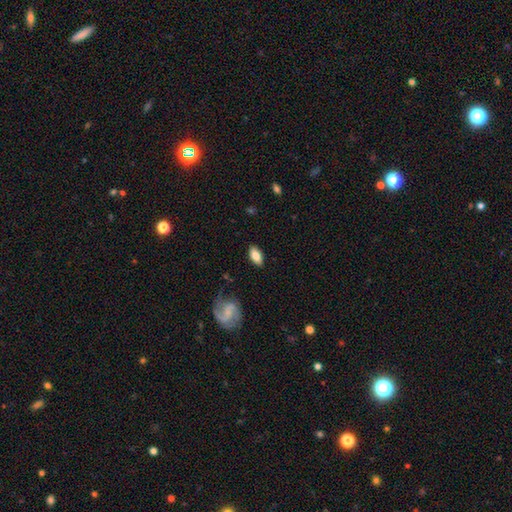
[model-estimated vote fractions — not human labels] This is clearly a smooth galaxy (80%). How rounded: clearly in between (91%). Merging: clearly none (84%).